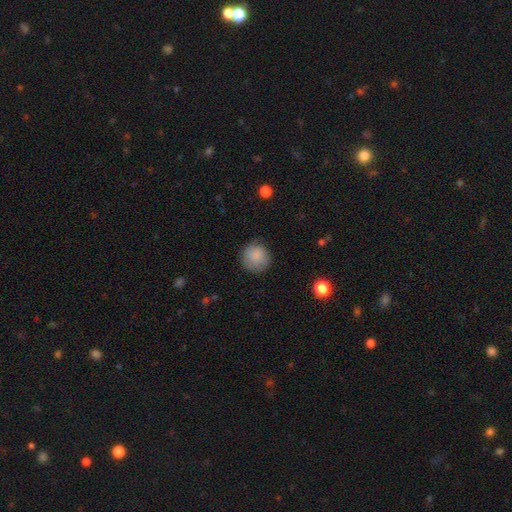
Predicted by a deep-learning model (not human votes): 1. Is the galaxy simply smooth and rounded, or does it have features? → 86% smooth, 8% star or artifact, 6% featured or disk.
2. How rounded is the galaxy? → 92% round, 7% in between, 1% cigar-shaped.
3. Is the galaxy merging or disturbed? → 81% none, 14% minor disturbance, 4% major disturbance, 1% merger.